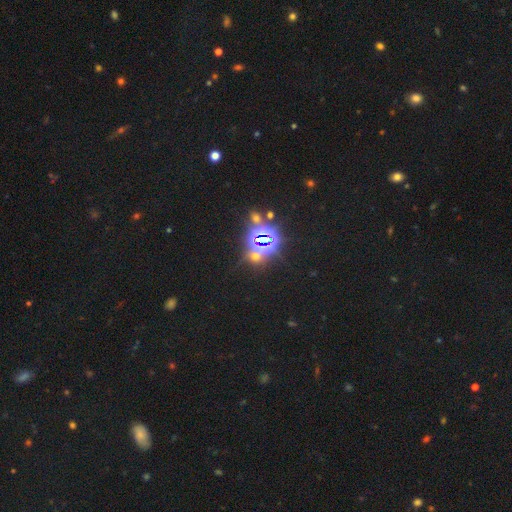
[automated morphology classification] This appears to be a star or artifact, not a galaxy (72%).